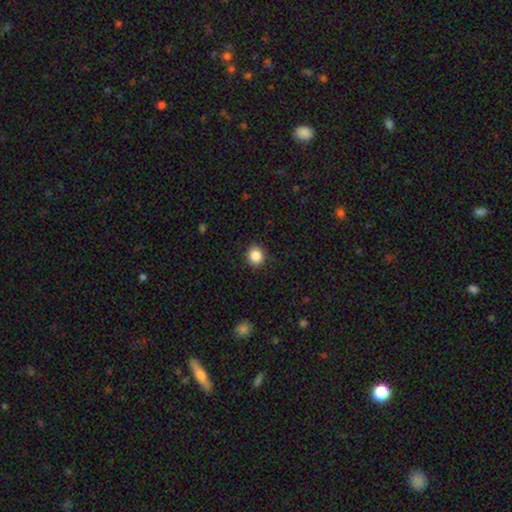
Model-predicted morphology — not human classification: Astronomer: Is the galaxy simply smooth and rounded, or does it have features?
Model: smooth — 87%.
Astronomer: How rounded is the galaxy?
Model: round — 80%.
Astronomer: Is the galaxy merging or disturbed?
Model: none — 89%.